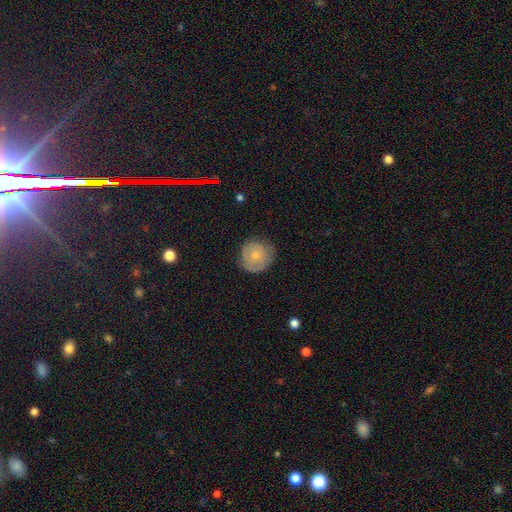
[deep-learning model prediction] smooth 55%, featured or disk 38%, star or artifact 7%. Down the decision tree: how rounded — round (89%); merging — none (72%).